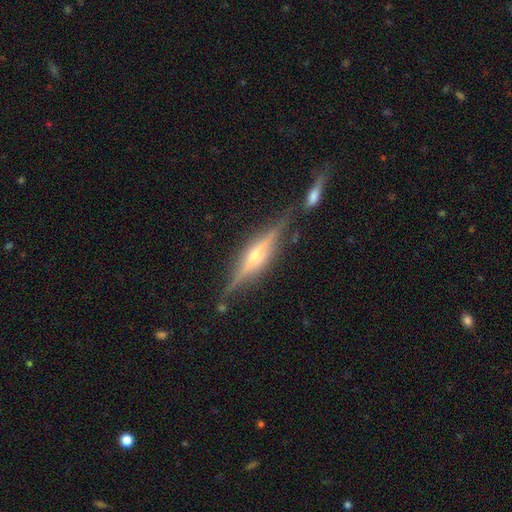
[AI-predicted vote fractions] This appears to be a featured or disk galaxy (79%) viewed edge-on (97%) with a rounded central bulge (81%). Merging: none (80%).